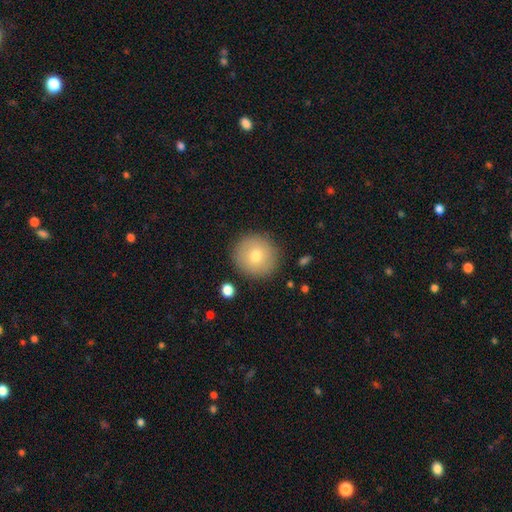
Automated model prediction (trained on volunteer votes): smooth_or_featured: smooth (p=0.76) [alt: featured or disk p=0.16]
how_rounded: round (p=0.94) [alt: in between p=0.05]
merging: none (p=0.89) [alt: minor disturbance p=0.07]